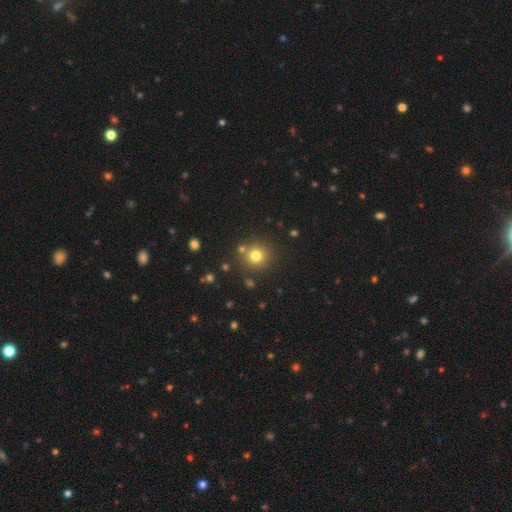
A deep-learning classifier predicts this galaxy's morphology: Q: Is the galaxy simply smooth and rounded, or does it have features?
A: smooth — 77%.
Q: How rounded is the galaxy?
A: round — 93%.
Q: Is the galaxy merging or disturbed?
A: none — 82%.